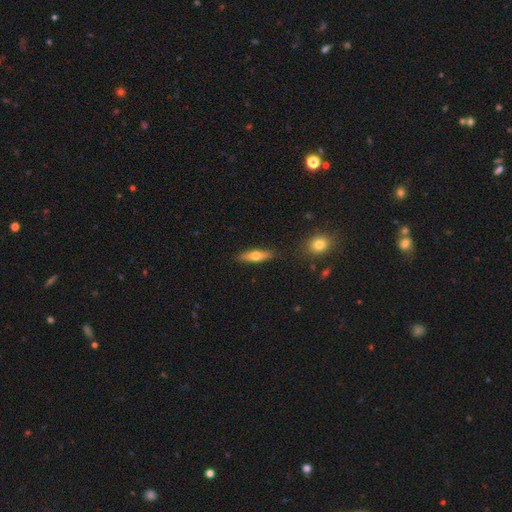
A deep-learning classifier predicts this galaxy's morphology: Smooth or featured? Predicted: smooth (p=0.54). How rounded? Predicted: cigar-shaped (p=0.65). Merging? Predicted: none (p=0.86).